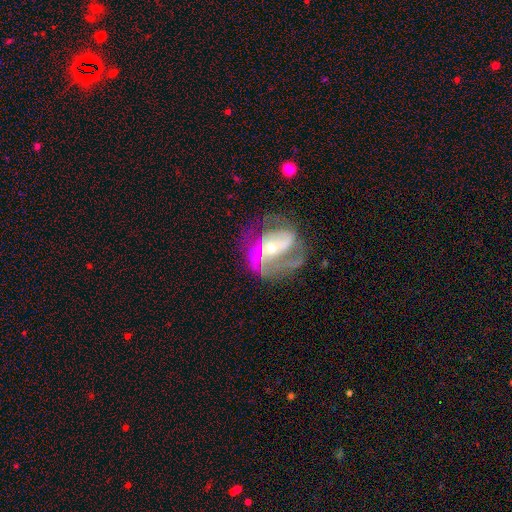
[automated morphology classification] A featured or disk galaxy (78%) with no bar (40%), 2 (52%) medium (43%) spiral arms (79%) and a small central bulge (50%).

Vote fractions:
- Smooth or featured? featured or disk: 78% / smooth: 14% / star or artifact: 8%
- Edge-on disk? no: 96% / yes: 4%
- Bar? no: 40% / weak: 33% / strong: 27%
- Spiral arms? yes: 79% / no: 21%
- Spiral winding? medium: 43% / tight: 30% / loose: 27%
- Spiral arm count? 2: 52% / can't tell: 23% / 3: 10% / 1: 10% / 4: 3% / more than 4: 3%
- Bulge size? small: 50% / moderate: 44% / large: 3% / none: 1% / dominant: 1%
- Merging? none: 46% / major disturbance: 29% / minor disturbance: 21% / merger: 4%